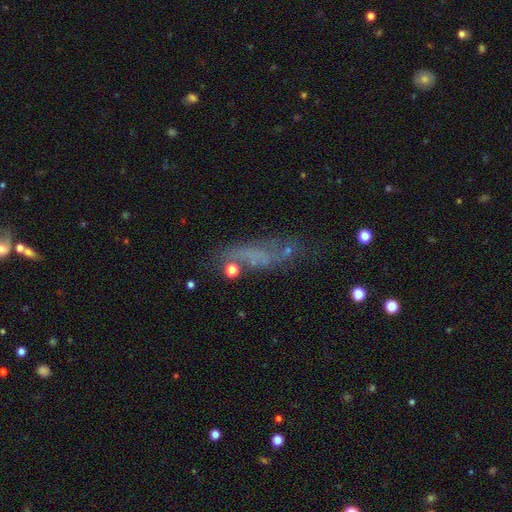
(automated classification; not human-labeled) Smooth or featured? Predicted: smooth (p=0.45). Merging? Predicted: none (p=0.48).